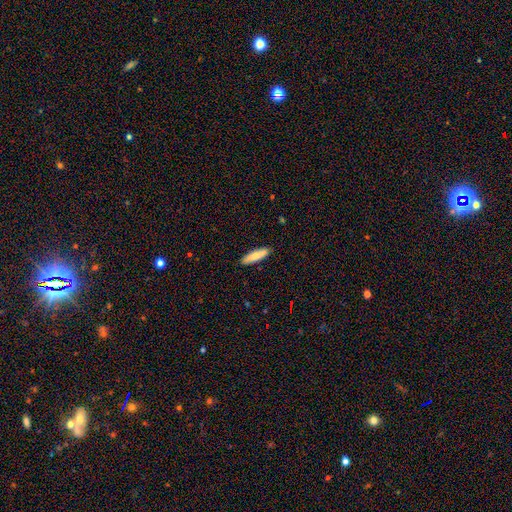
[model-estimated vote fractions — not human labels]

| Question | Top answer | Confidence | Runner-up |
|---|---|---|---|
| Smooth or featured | smooth | 82% | featured or disk (13%) |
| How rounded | cigar-shaped | 74% | in between (25%) |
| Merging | none | 90% | minor disturbance (8%) |